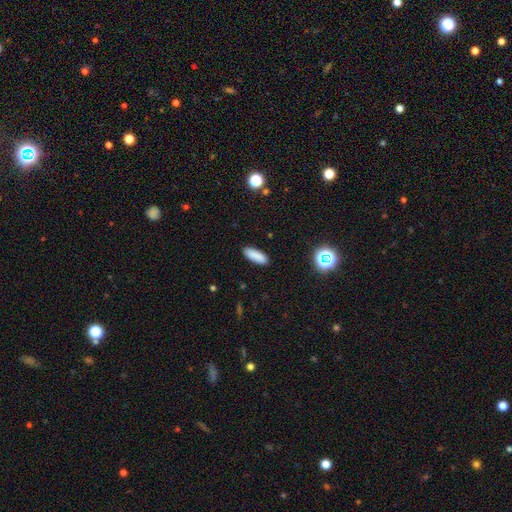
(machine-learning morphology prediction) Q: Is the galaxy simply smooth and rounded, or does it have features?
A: smooth — 87%.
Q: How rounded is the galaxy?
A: in between — 60%.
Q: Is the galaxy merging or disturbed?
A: none — 90%.